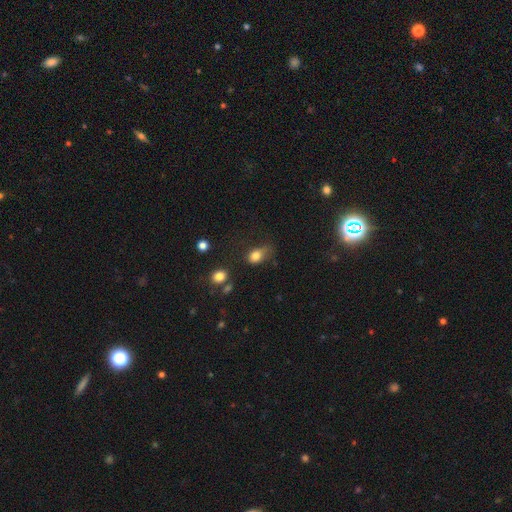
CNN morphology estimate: smooth_or_featured: smooth (p=0.81) [alt: star or artifact p=0.10]
how_rounded: in between (p=0.69) [alt: round p=0.29]
merging: minor disturbance (p=0.36) [alt: none p=0.34]